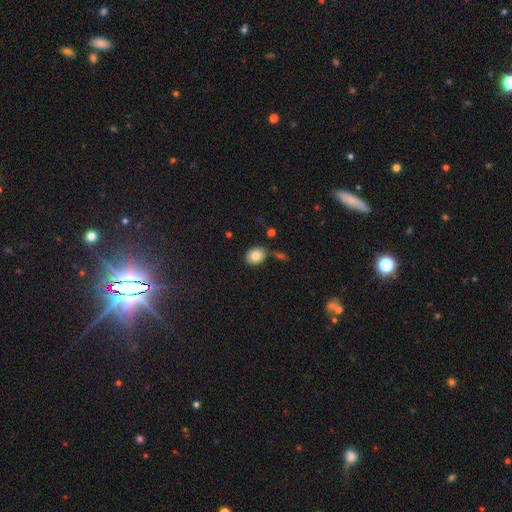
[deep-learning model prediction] Smooth or featured? smooth (83%)
How rounded? in between (60%)
Merging? none (78%)